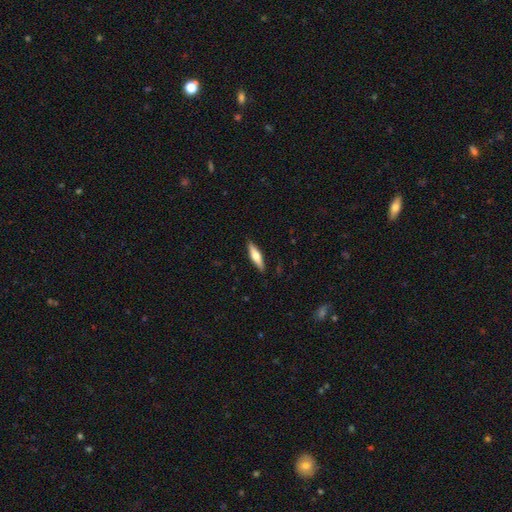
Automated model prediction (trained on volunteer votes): smooth 48%, featured or disk 47%, star or artifact 5%. Down the decision tree: merging — none (89%).